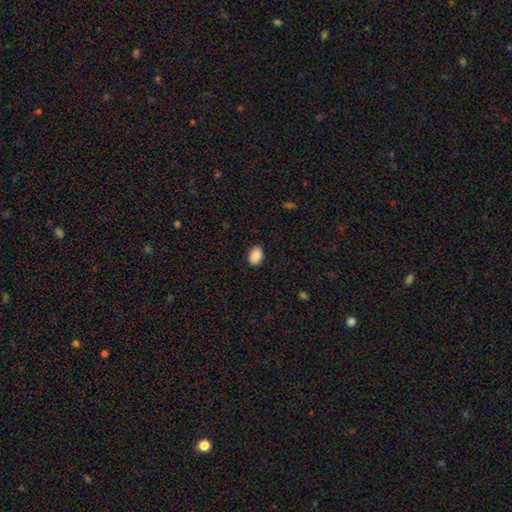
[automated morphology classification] smooth 90%, star or artifact 7%, featured or disk 3%. Down the decision tree: how rounded — in between (79%); merging — none (88%).